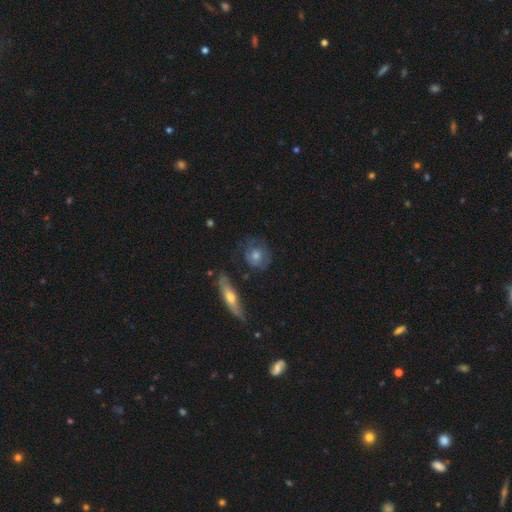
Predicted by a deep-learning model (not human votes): smooth-or-featured: featured or disk: 48% | smooth: 42% | star or artifact: 10%
  merging: none: 68% | minor disturbance: 19% | major disturbance: 8% | merger: 5%